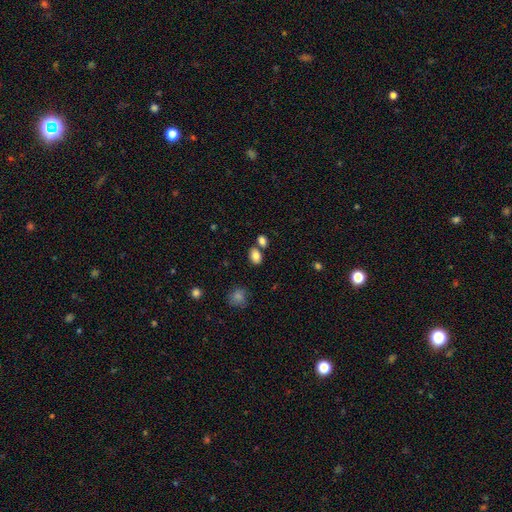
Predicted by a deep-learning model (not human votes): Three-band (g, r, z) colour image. It shows a smooth galaxy with no disk features (83%) that is in between round and cigar-shaped (78%). Merging: none (64%).